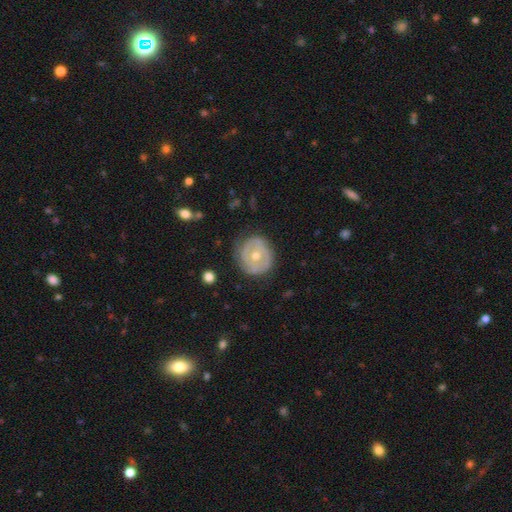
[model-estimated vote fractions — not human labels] Overall: featured or disk (65%; smooth 29%). Edge-on disk: no (97%). Bar: no (76%). Spiral arms: yes (59%; no 41%). Bulge size: moderate (66%; small 30%). Merging: none (77%).